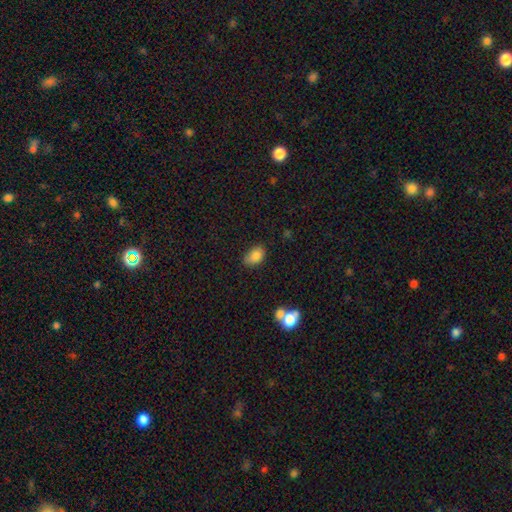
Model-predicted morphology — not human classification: smooth 84%, star or artifact 9%, featured or disk 7%. Down the decision tree: how rounded — in between (88%); merging — none (71%).